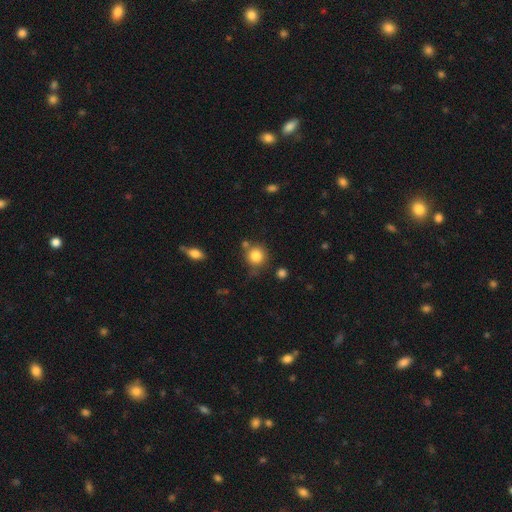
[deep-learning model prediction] smooth_or_featured: smooth (p=0.83) [alt: star or artifact p=0.10]
how_rounded: round (p=0.89) [alt: in between p=0.10]
merging: none (p=0.72) [alt: minor disturbance p=0.14]